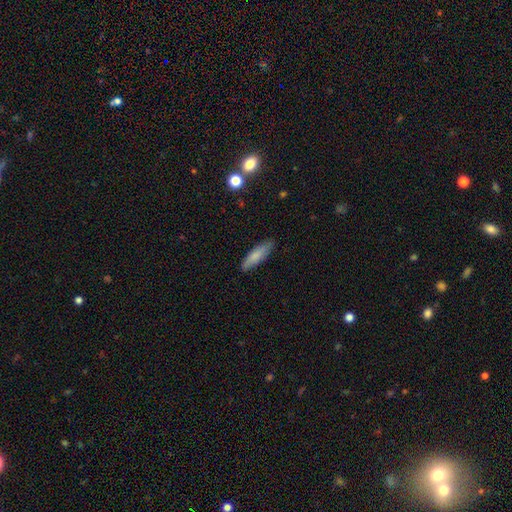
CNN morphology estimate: Smooth or featured?
  - smooth: 78% *
  - featured or disk: 16%
  - star or artifact: 6%
How rounded?
  - cigar-shaped: 66% *
  - in between: 32%
  - round: 2%
Merging?
  - none: 86% *
  - minor disturbance: 11%
  - major disturbance: 2%
  - merger: 1%